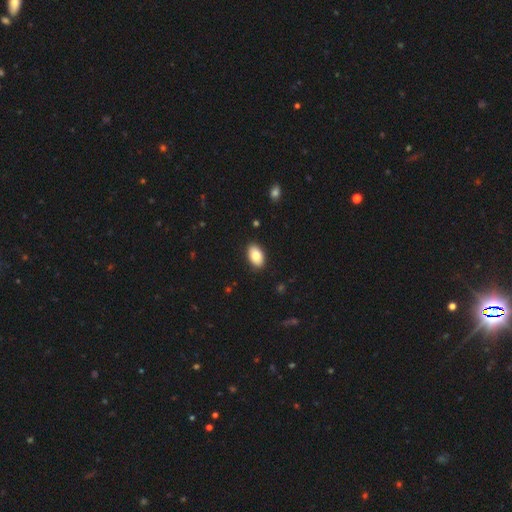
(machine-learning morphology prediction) A smooth galaxy with no disk features (81%) that is in between round and cigar-shaped (93%). Merging: none (89%).